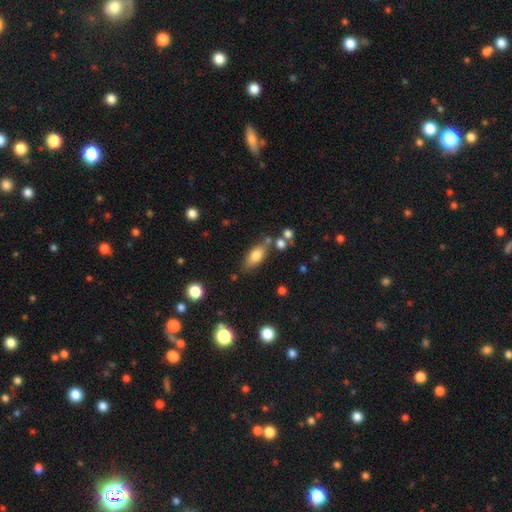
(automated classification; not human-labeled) The model was most divided on "merging": none: 67%, minor disturbance: 17%, merger: 10%, major disturbance: 5%. More confident: how rounded — in between (81%); smooth or featured — smooth (76%).